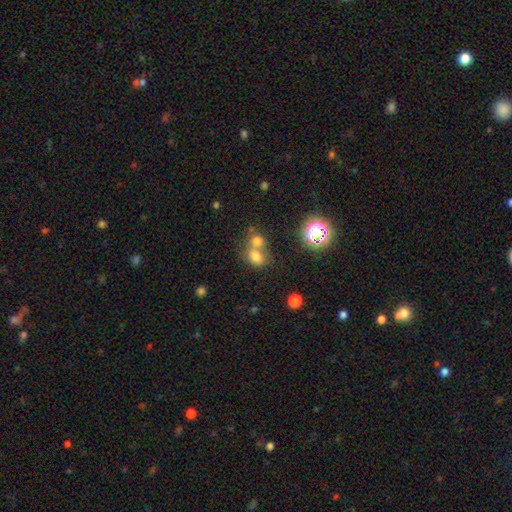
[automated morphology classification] smooth 71%, star or artifact 18%, featured or disk 11%. Down the decision tree: how rounded — in between (53%); merging — merger (54%).